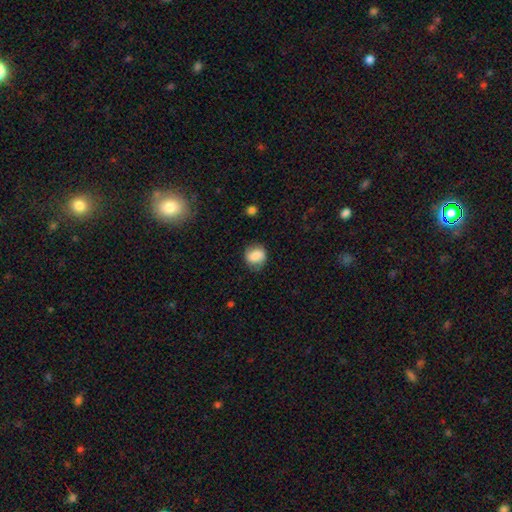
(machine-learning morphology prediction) This appears to be a smooth galaxy with no disk features (74%) that is round (66%). Merging: none (71%).